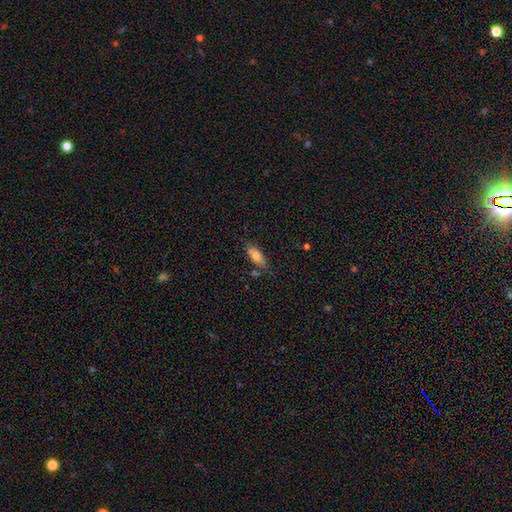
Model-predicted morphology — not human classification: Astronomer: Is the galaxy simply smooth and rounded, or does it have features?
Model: smooth — 77%.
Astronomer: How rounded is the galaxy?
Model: in between — 77%.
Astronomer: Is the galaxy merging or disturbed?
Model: none — 69%.